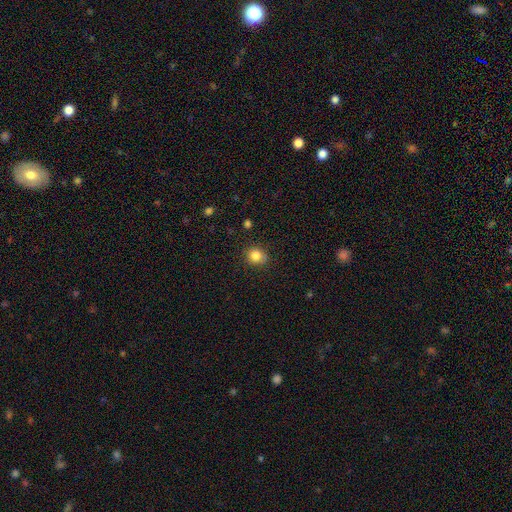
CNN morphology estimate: smooth_or_featured: smooth (p=0.84) [alt: star or artifact p=0.11]
how_rounded: round (p=0.82) [alt: in between p=0.17]
merging: none (p=0.86) [alt: minor disturbance p=0.10]